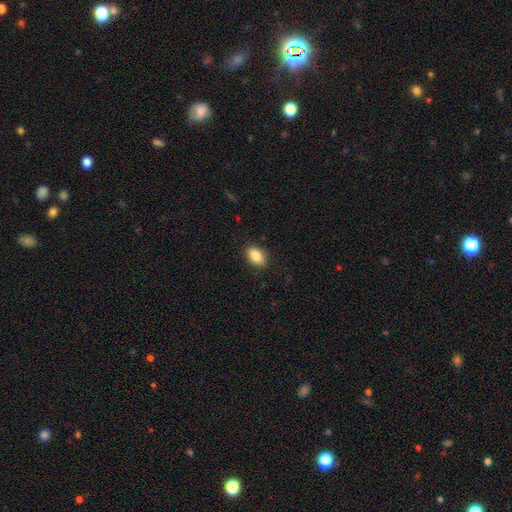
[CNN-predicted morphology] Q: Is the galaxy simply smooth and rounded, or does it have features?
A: smooth — 85%.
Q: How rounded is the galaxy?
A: in between — 87%.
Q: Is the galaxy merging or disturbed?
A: none — 88%.